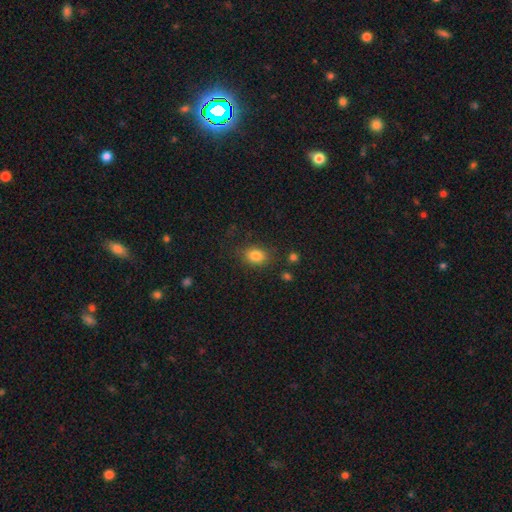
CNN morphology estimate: Smooth or featured: smooth — 83% (star or artifact — 10%)
How rounded: in between — 65% (round — 34%)
Merging: none — 79% (minor disturbance — 14%)